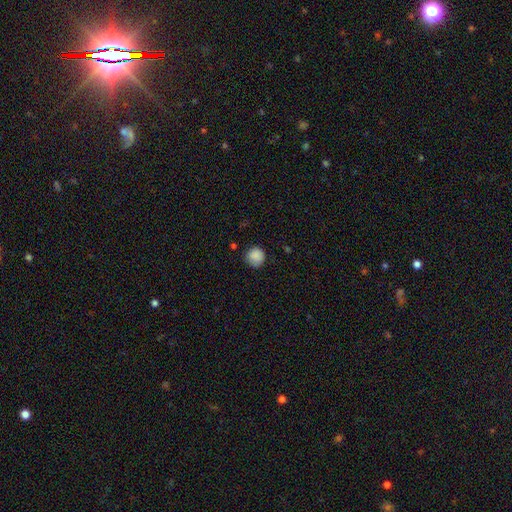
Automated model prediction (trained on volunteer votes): smooth_or_featured: smooth (p=0.87) [alt: star or artifact p=0.09]
how_rounded: round (p=0.94) [alt: in between p=0.05]
merging: none (p=0.82) [alt: minor disturbance p=0.14]